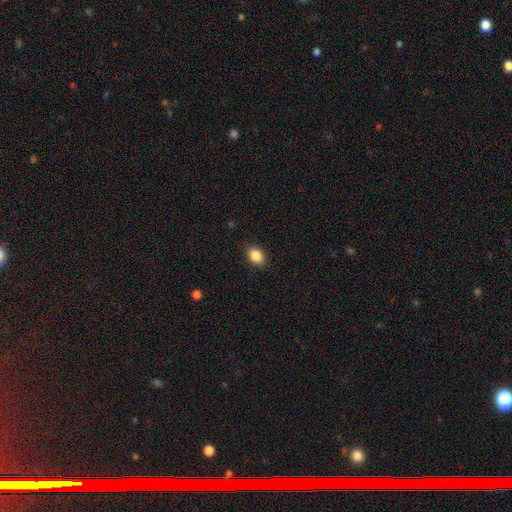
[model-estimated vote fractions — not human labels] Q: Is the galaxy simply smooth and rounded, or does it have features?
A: smooth — 88%.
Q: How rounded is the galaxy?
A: in between — 78%.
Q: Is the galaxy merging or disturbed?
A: none — 89%.